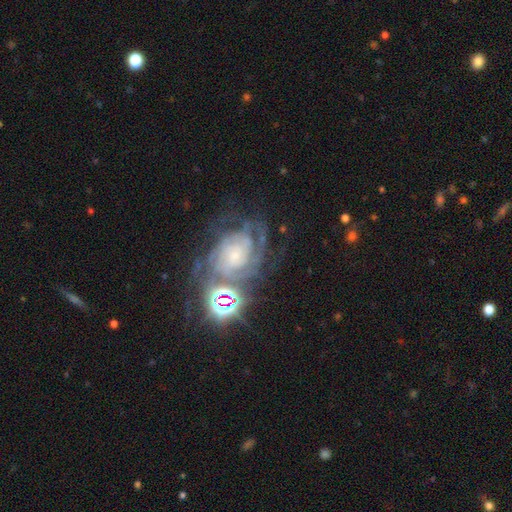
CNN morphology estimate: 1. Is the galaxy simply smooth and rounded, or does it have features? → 63% featured or disk, 24% star or artifact, 13% smooth.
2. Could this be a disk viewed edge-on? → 95% no, 5% yes.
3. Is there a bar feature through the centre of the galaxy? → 67% no, 24% weak, 10% strong.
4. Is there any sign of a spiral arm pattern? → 88% yes, 12% no.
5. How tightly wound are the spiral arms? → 68% tight, 25% medium, 7% loose.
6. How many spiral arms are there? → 37% can't tell, 24% 2, 15% 3, 8% 4, 8% more than 4, 7% 1.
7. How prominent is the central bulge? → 53% small, 32% moderate, 8% large, 4% none, 3% dominant.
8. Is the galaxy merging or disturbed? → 59% none, 18% merger, 14% minor disturbance, 9% major disturbance.